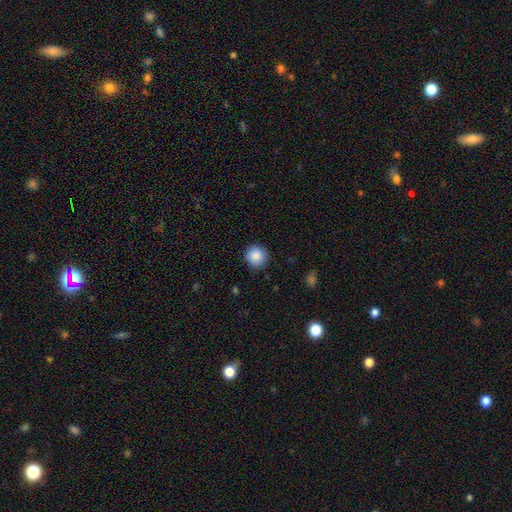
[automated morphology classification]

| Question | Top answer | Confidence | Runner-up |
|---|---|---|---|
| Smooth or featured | smooth | 87% | star or artifact (9%) |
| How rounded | round | 94% | in between (5%) |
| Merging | none | 89% | minor disturbance (8%) |